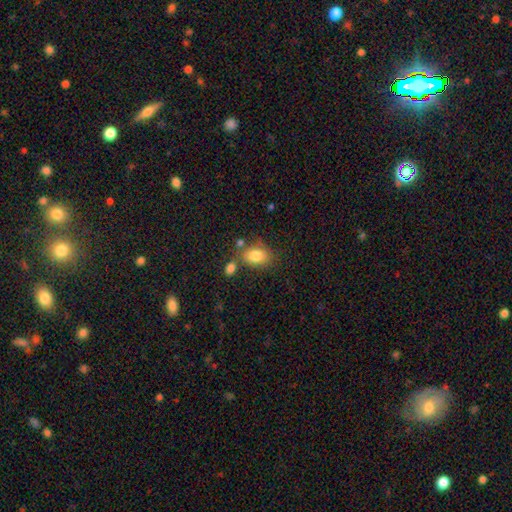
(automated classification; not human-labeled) smooth-or-featured: smooth: 82% | featured or disk: 9% | star or artifact: 8%
  how-rounded: in between: 79% | round: 20% | cigar-shaped: 1%
  merging: none: 63% | minor disturbance: 16% | merger: 15% | major disturbance: 5%